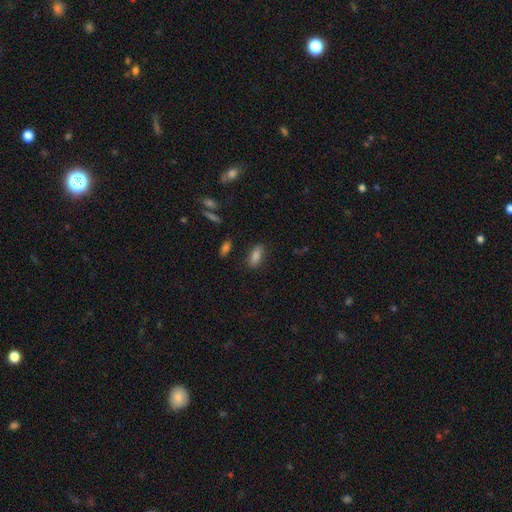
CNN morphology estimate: Q: Smooth or featured?
A: smooth (83%); runner-up: star or artifact (10%)
Q: How rounded?
A: in between (86%); runner-up: cigar-shaped (10%)
Q: Merging?
A: none (82%); runner-up: minor disturbance (13%)